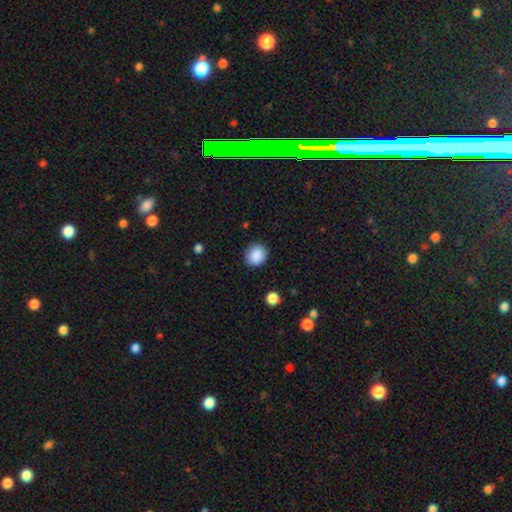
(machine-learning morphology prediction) Smooth or featured: smooth — 89% (star or artifact — 8%)
How rounded: round — 71% (in between — 28%)
Merging: none — 88% (minor disturbance — 8%)